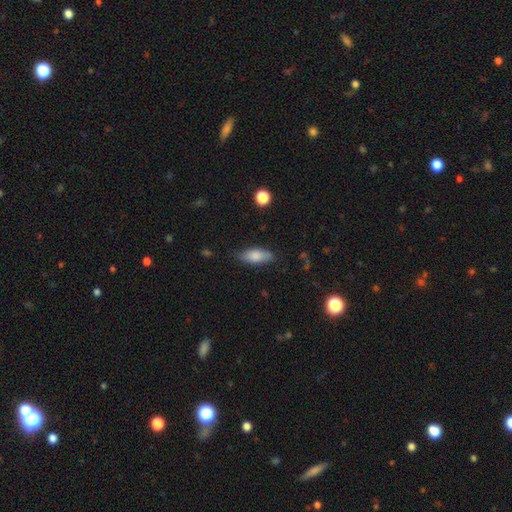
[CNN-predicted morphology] The model was most divided on "merging": none: 77%, minor disturbance: 18%, major disturbance: 4%, merger: 2%. More confident: smooth or featured — smooth (81%); how rounded — in between (80%).